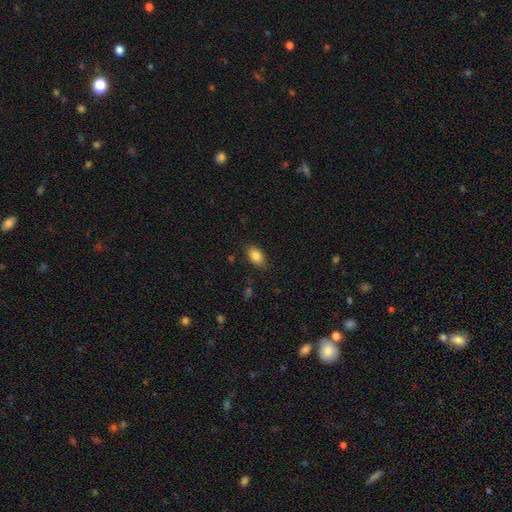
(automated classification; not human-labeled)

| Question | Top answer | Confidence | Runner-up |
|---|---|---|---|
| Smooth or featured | smooth | 86% | star or artifact (8%) |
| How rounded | in between | 89% | round (9%) |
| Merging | none | 82% | minor disturbance (13%) |